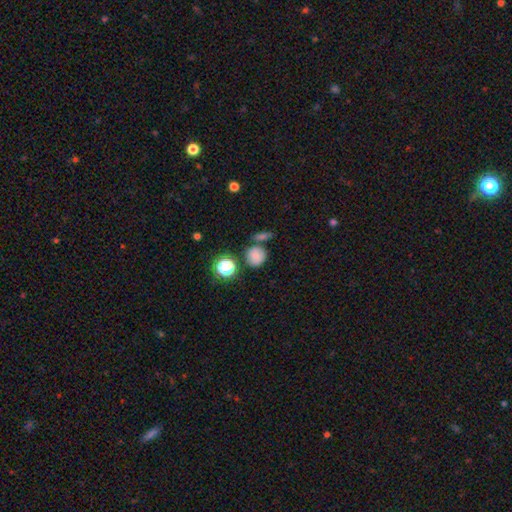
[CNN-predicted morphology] Smooth or featured: smooth — 77% (star or artifact — 14%)
How rounded: round — 86% (in between — 13%)
Merging: none — 64% (merger — 19%)